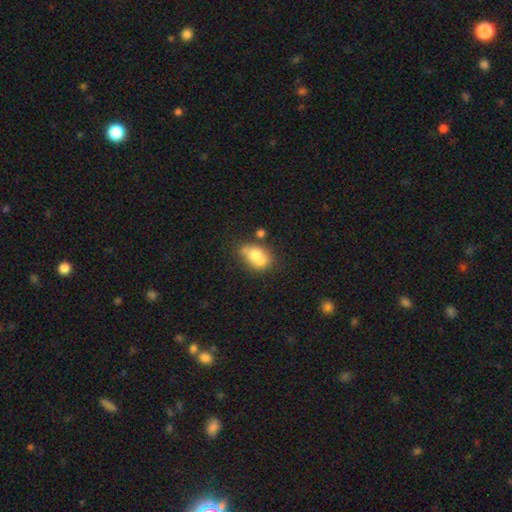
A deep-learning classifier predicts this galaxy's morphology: Smooth or featured: smooth — 64% (featured or disk — 27%)
How rounded: in between — 66% (round — 32%)
Merging: none — 39% (merger — 37%)